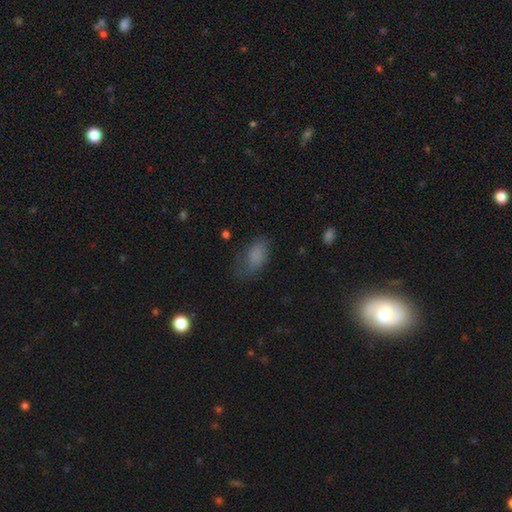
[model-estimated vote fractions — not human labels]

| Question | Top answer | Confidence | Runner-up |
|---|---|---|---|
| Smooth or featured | smooth | 78% | star or artifact (12%) |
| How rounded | in between | 91% | round (6%) |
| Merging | none | 56% | minor disturbance (28%) |